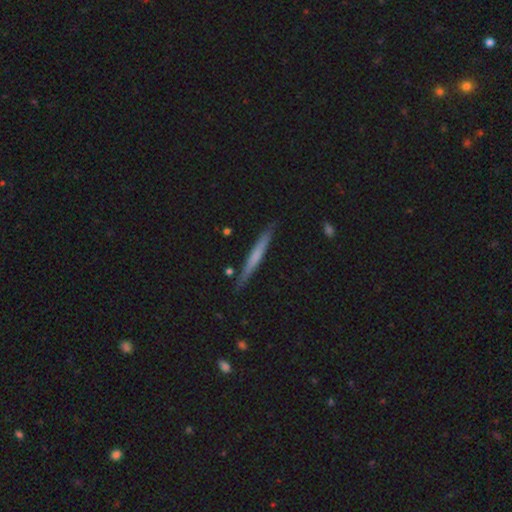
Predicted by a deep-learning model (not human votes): Smooth or featured? smooth (52%)
How rounded? cigar-shaped (96%)
Merging? none (88%)